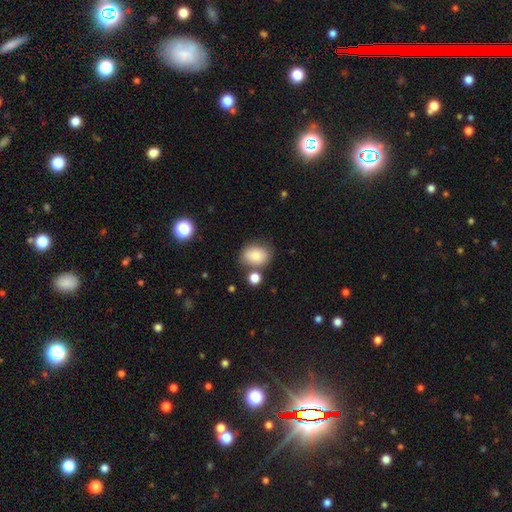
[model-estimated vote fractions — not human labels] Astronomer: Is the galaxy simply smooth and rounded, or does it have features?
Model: smooth — 81%.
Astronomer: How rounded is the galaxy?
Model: in between — 64%.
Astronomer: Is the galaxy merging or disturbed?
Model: none — 71%.